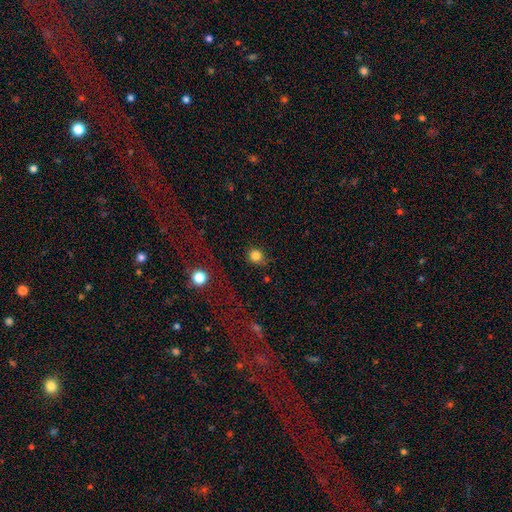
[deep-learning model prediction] The model was most divided on "merging": none: 78%, minor disturbance: 14%, major disturbance: 6%, merger: 3%. More confident: how rounded — round (87%); smooth or featured — smooth (82%).